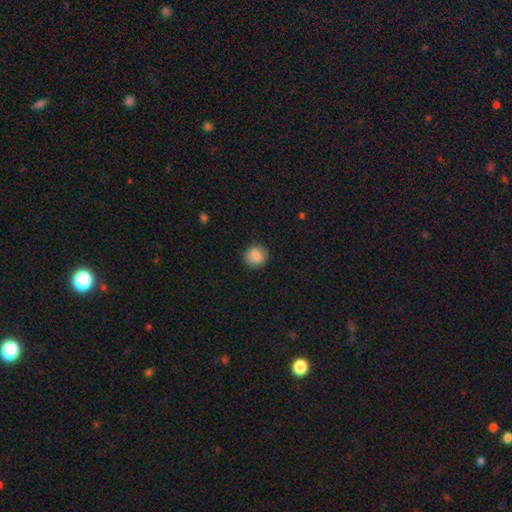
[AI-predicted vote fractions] smooth 87%, star or artifact 8%, featured or disk 5%. Down the decision tree: how rounded — round (90%); merging — none (88%).